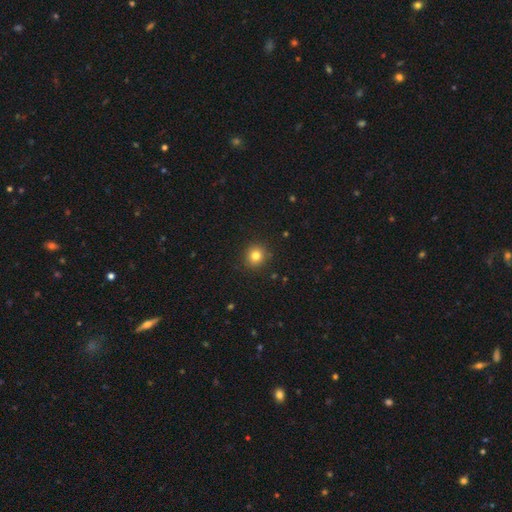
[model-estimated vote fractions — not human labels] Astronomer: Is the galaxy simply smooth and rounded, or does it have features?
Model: smooth — 80%.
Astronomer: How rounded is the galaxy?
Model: round — 90%.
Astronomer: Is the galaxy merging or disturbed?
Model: none — 91%.